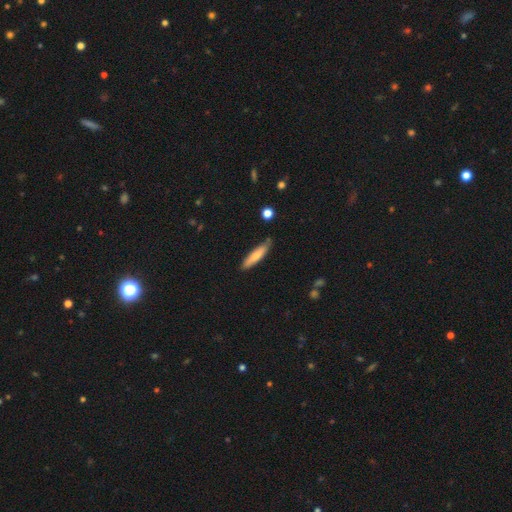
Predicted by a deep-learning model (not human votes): A smooth galaxy with no disk features (75%) that is cigar-shaped (83%). Merging: none (78%).